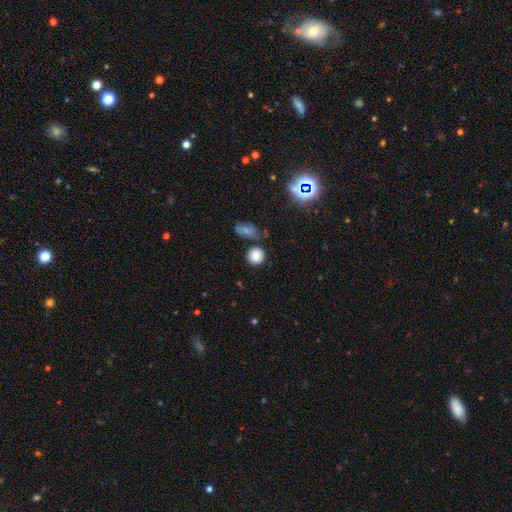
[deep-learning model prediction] smooth 77%, star or artifact 12%, featured or disk 10%. Down the decision tree: how rounded — round (90%); merging — none (80%).